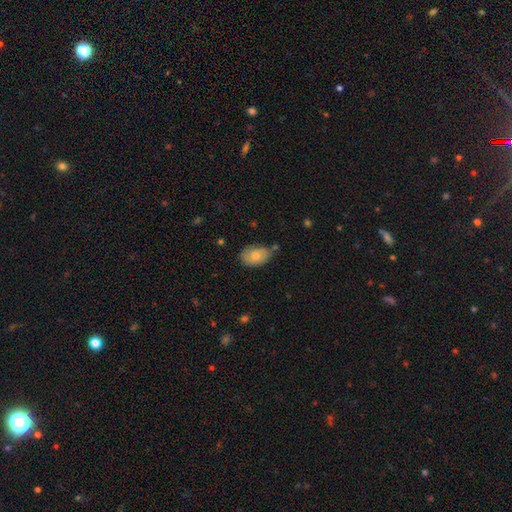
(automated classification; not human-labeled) Smooth or featured?
  - smooth: 74% *
  - featured or disk: 19%
  - star or artifact: 7%
How rounded?
  - in between: 87% *
  - round: 12%
  - cigar-shaped: 1%
Merging?
  - none: 63% *
  - minor disturbance: 27%
  - major disturbance: 5%
  - merger: 5%